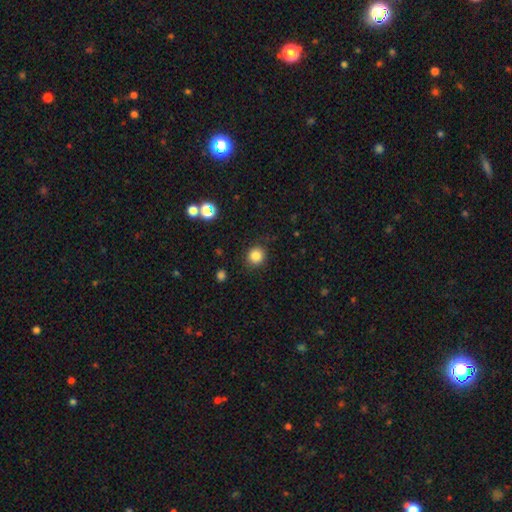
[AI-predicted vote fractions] smooth 84%, star or artifact 11%, featured or disk 5%. Down the decision tree: how rounded — round (87%); merging — none (85%).